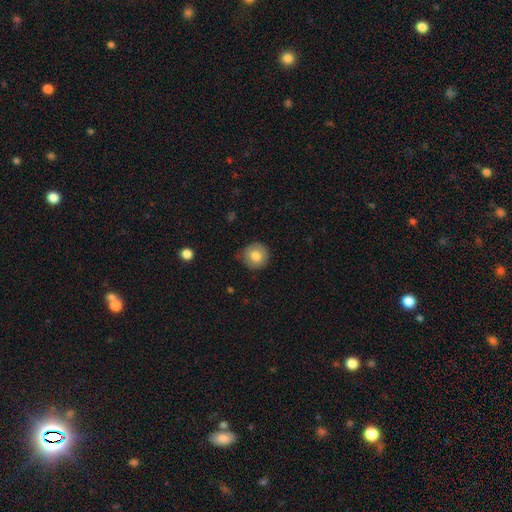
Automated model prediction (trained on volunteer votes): A smooth galaxy with no disk features (79%) that is round (92%). Merging: none (79%).